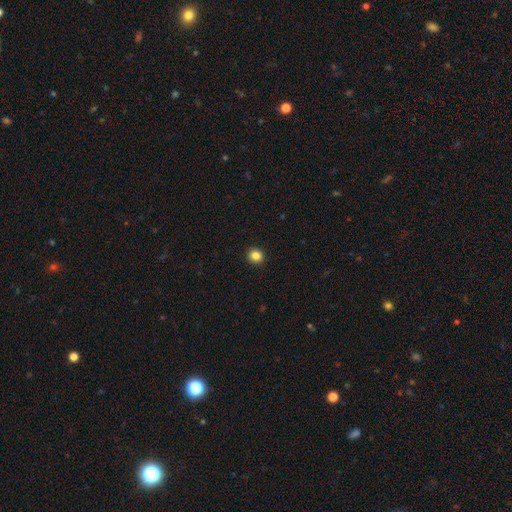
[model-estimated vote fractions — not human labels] This appears to be a smooth galaxy with no disk features (85%) that is round (86%). Merging: none (93%).